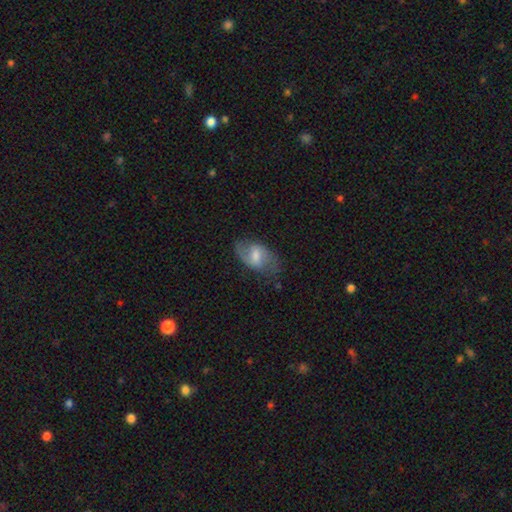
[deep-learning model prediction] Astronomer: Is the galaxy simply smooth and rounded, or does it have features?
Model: featured or disk — 66%.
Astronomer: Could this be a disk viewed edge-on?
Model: no — 95%.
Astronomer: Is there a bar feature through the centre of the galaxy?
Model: weak — 58%.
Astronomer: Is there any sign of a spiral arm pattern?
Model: yes — 85%.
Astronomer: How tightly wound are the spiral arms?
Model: medium — 44% (runner-up: loose, 42%).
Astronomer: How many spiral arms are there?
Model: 2 — 84%.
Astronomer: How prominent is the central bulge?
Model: moderate — 49% (runner-up: small, 31%).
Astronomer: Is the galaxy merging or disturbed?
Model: none — 71%.